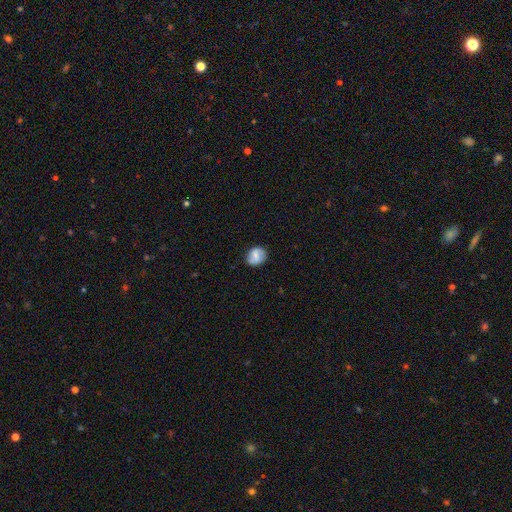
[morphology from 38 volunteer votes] This is likely a smooth galaxy (63%). How rounded: likely round (79%). Merging: likely none (75%).